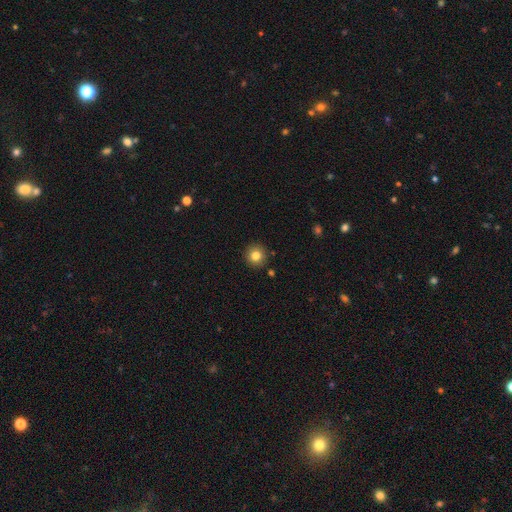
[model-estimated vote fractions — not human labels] This appears to be a smooth galaxy with no disk features (82%) that is round (94%). Merging: none (91%).